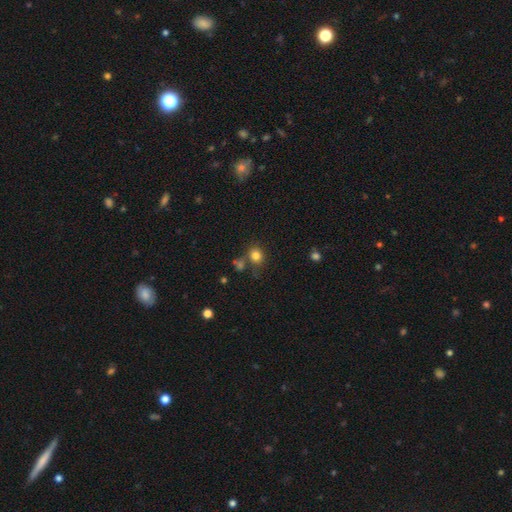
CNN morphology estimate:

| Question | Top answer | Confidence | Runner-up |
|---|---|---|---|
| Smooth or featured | smooth | 81% | star or artifact (13%) |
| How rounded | round | 74% | in between (25%) |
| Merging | none | 67% | minor disturbance (14%) |